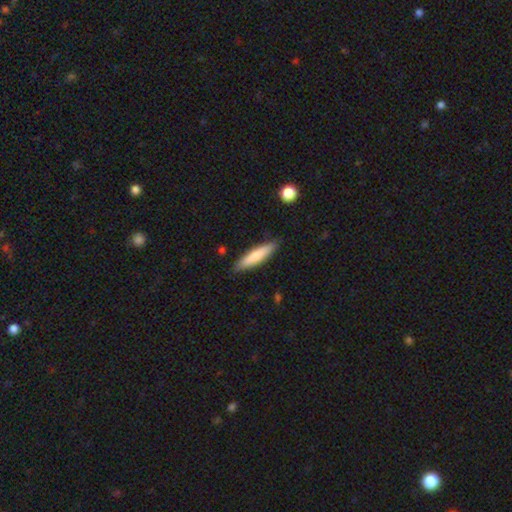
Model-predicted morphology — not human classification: type=smooth (75%); roundness=cigar-shaped (82%); merging=none (87%).